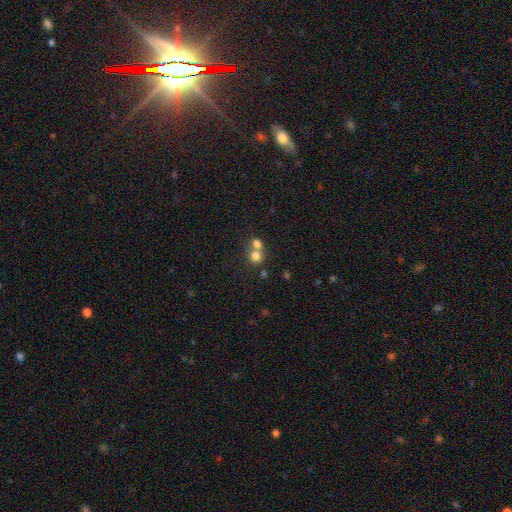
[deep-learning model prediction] This appears to be a smooth galaxy with no disk features (75%) that is round (83%). Merging: merger (56%).